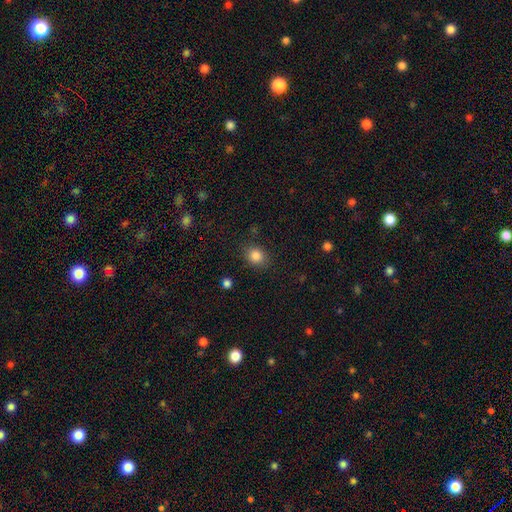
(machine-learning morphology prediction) Smooth or featured? Predicted: smooth (p=0.85). How rounded? Predicted: round (p=0.66). Merging? Predicted: none (p=0.85).